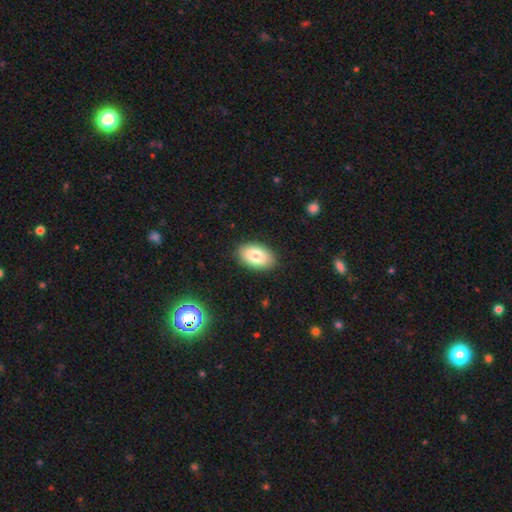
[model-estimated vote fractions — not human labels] Q: Smooth or featured?
A: smooth (81%); runner-up: featured or disk (12%)
Q: How rounded?
A: in between (92%); runner-up: round (7%)
Q: Merging?
A: none (88%); runner-up: minor disturbance (9%)